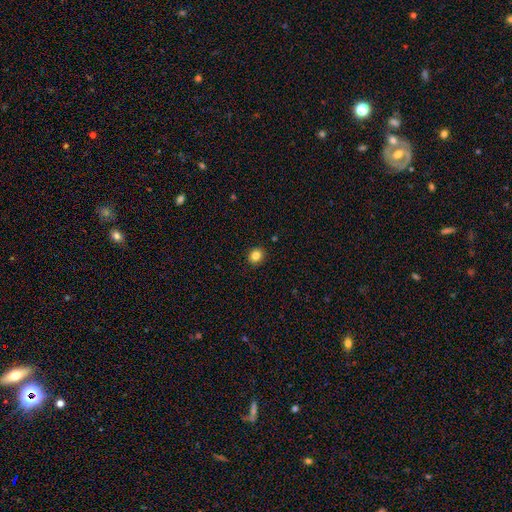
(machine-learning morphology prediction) Smooth or featured?
  - smooth: 83% *
  - star or artifact: 11%
  - featured or disk: 5%
How rounded?
  - round: 79% *
  - in between: 20%
  - cigar-shaped: 1%
Merging?
  - none: 91% *
  - minor disturbance: 6%
  - major disturbance: 2%
  - merger: 1%